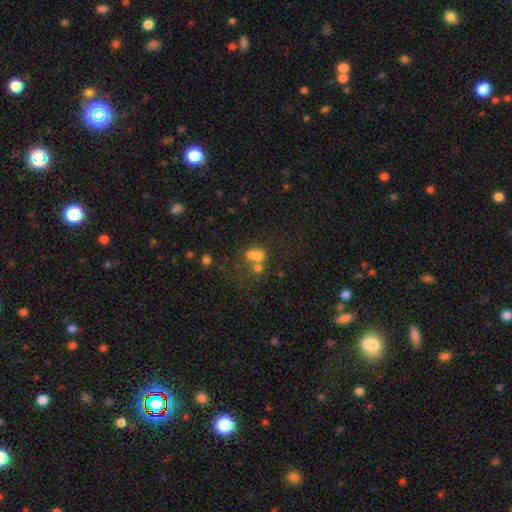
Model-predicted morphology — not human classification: Smooth or featured: smooth — 61% (featured or disk — 21%)
How rounded: in between — 59% (round — 38%)
Merging: merger — 55% (none — 25%)